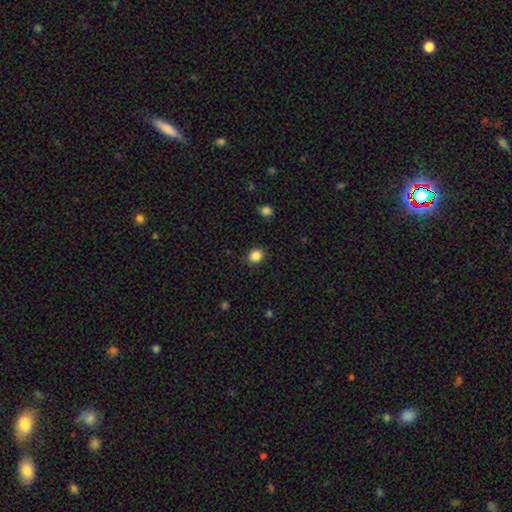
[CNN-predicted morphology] Overall: smooth (86%). How rounded: round (78%). Merging: none (88%).